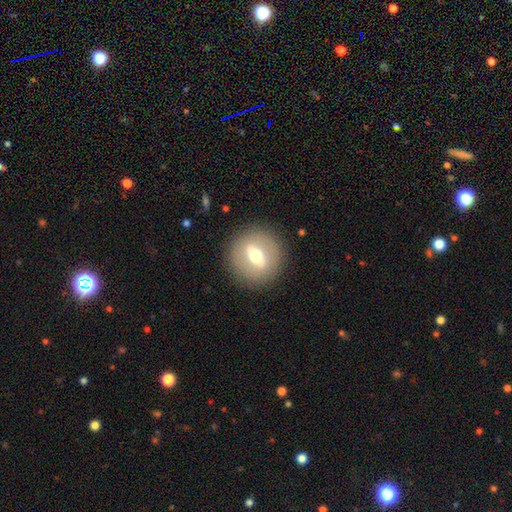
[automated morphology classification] Smooth or featured? Predicted: featured or disk (p=0.54). Edge-on disk? Predicted: no (p=0.67). Merging? Predicted: none (p=0.87).